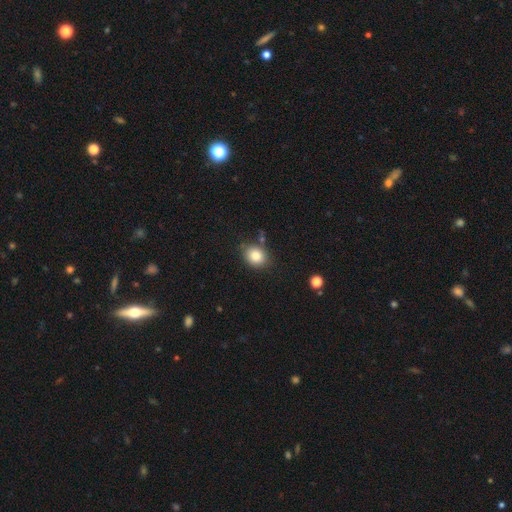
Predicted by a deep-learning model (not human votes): Morphology: type=smooth (82%); roundness=round (59%); merging=none (76%).